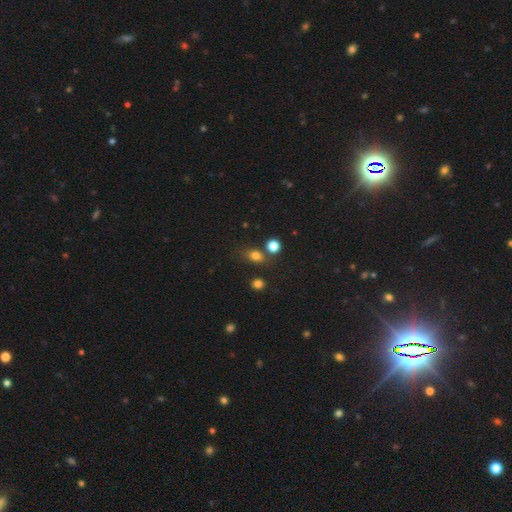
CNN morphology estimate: Overall: smooth (77%). How rounded: in between (57%; round 40%). Merging: none (66%).